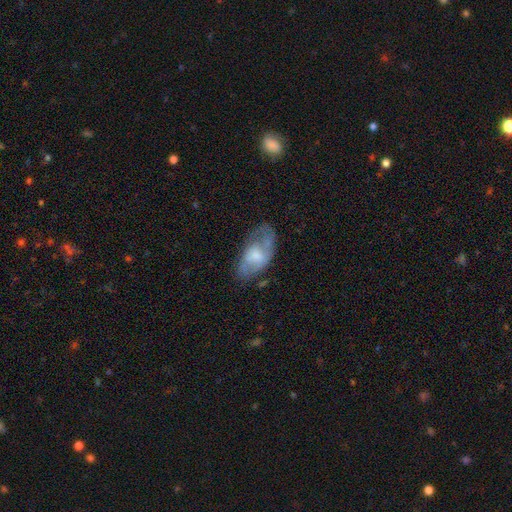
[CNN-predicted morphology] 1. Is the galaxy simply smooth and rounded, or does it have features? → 48% smooth, 45% featured or disk, 7% star or artifact.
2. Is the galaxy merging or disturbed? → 47% none, 29% minor disturbance, 21% major disturbance, 3% merger.